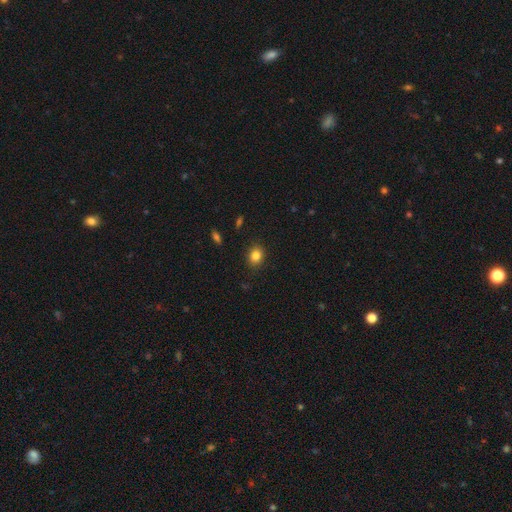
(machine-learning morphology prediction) A smooth galaxy with no disk features (83%) that is round (59%). Merging: none (88%).